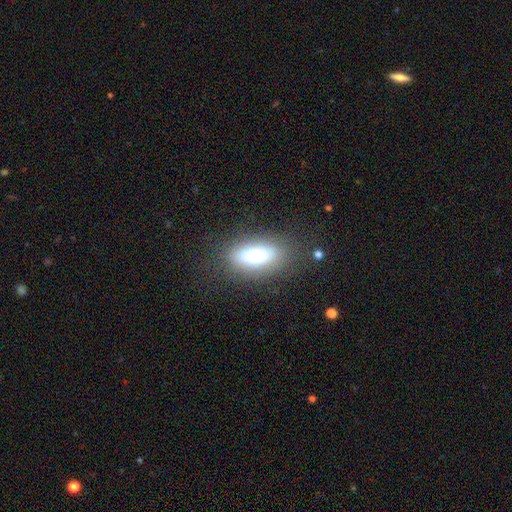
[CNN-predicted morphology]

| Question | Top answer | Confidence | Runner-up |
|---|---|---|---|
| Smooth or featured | smooth | 68% | featured or disk (23%) |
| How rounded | in between | 83% | cigar-shaped (11%) |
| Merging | none | 78% | minor disturbance (14%) |